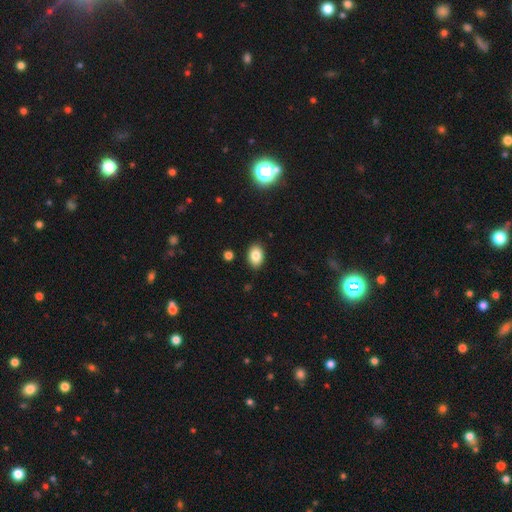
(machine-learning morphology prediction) Smooth or featured: smooth — 85% (star or artifact — 8%)
How rounded: in between — 86% (round — 13%)
Merging: none — 88% (minor disturbance — 8%)